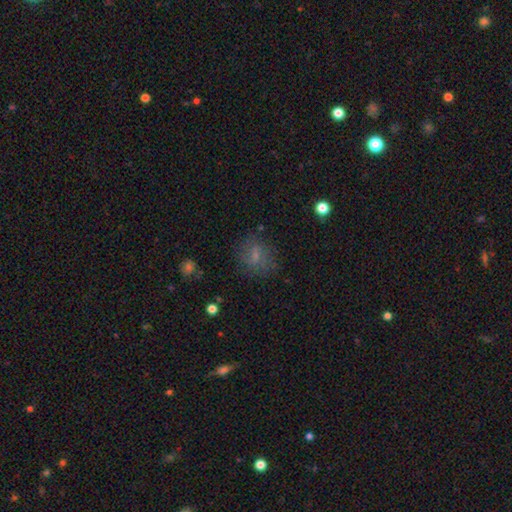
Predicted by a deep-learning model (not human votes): This appears to be a smooth galaxy with no disk features (61%) that is round (57%). Merging: none (72%).